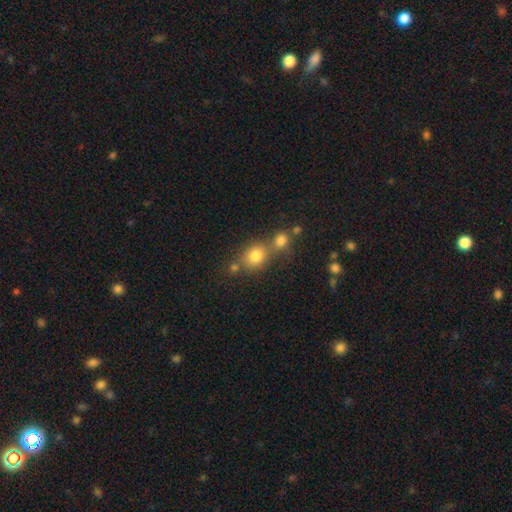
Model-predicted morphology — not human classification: This appears to be a smooth galaxy with no disk features (78%) that is round (64%). Merging: none (46%).